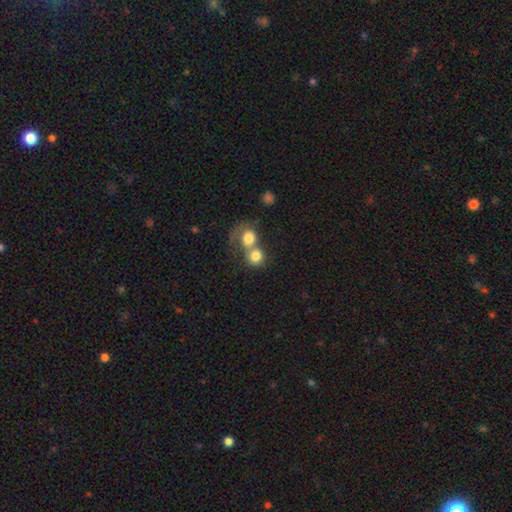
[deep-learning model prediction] This is likely a smooth galaxy (77%). How rounded: likely round (79%). Merging: likely merger (63%).